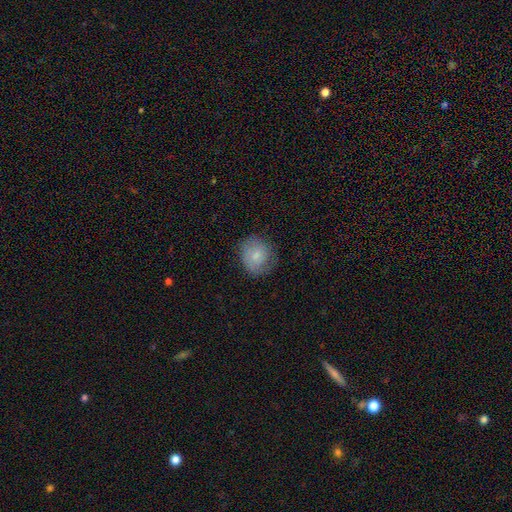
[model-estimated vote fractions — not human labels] This appears to be a smooth galaxy with no disk features (73%) that is round (74%). Merging: none (70%).